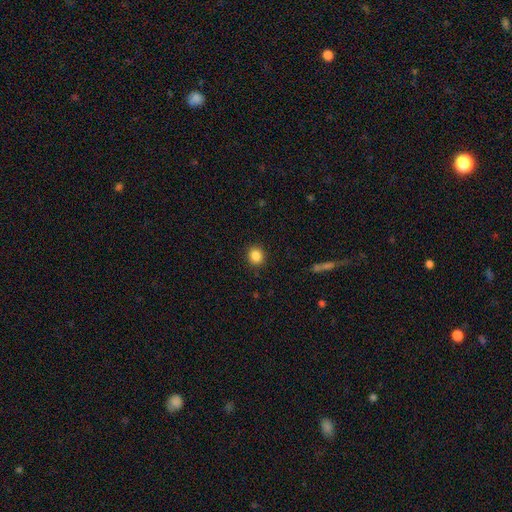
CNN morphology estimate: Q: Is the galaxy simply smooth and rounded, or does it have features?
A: smooth — 86%.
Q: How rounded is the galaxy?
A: round — 81%.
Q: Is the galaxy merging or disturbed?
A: none — 91%.